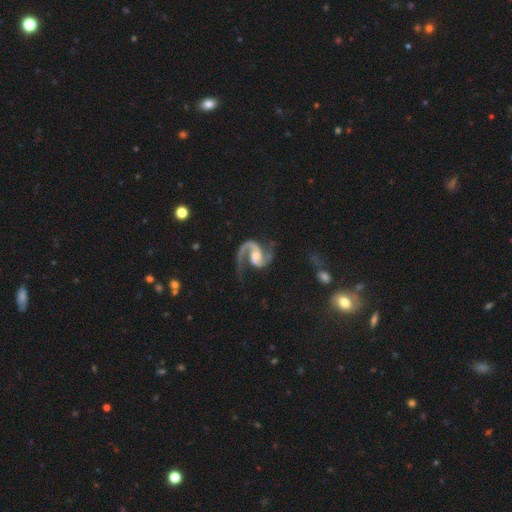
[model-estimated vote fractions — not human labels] This appears to be a featured or disk galaxy (93%) with a weak bar (42%), 2 (90%) medium (59%) spiral arms (98%) and a moderate central bulge (55%). Merging: none (67%).